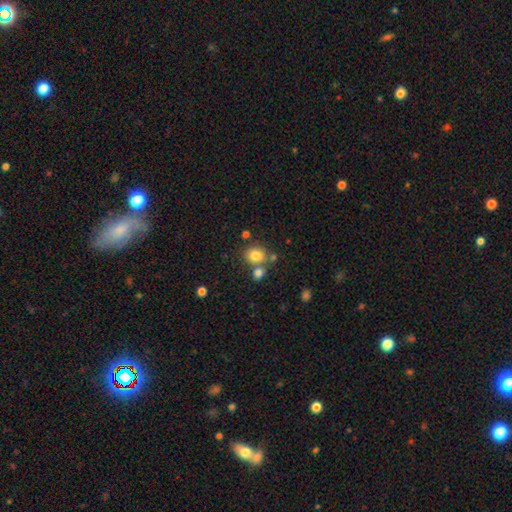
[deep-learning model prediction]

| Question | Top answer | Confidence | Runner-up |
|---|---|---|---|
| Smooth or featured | smooth | 80% | star or artifact (12%) |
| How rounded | round | 65% | in between (34%) |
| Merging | none | 63% | merger (23%) |